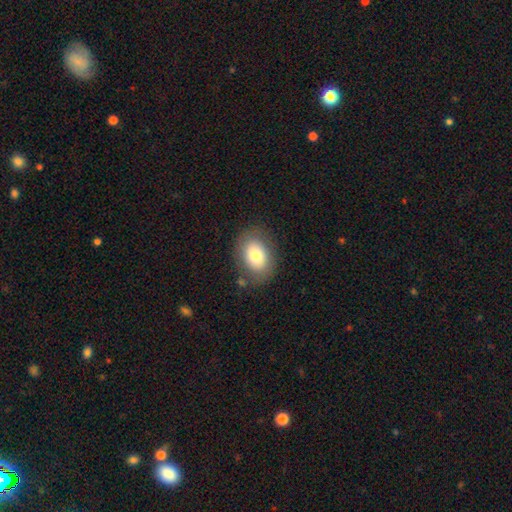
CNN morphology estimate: type=smooth (75%); roundness=in between (74%); merging=none (80%).